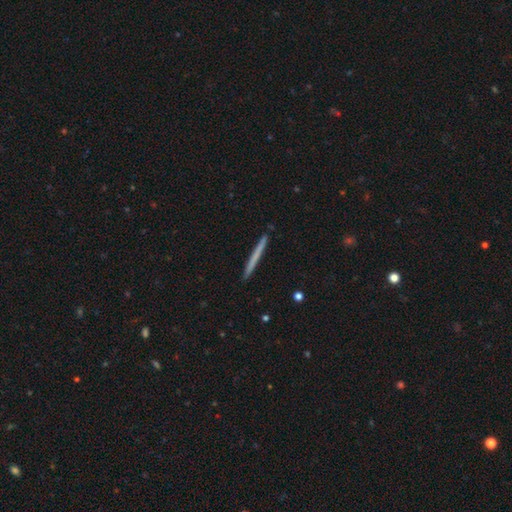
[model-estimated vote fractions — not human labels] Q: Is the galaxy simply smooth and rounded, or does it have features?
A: smooth — 59%.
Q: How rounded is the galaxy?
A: cigar-shaped — 97%.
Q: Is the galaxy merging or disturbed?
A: none — 92%.